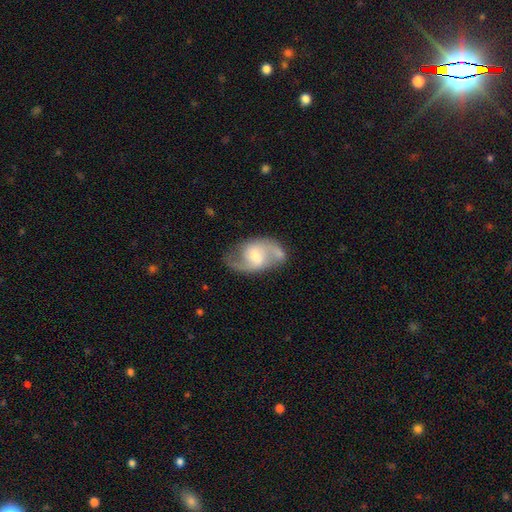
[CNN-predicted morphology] Smooth or featured: featured or disk — 84% (smooth — 11%)
Edge-on disk: no — 97% (yes — 3%)
Bar: weak — 46% (no — 40%)
Spiral arms: yes — 94% (no — 6%)
Spiral winding: medium — 51% (loose — 36%)
Spiral arm count: 2 — 91% (can't tell — 4%)
Bulge size: small — 46% (tied with moderate — 46%)
Merging: none — 71% (minor disturbance — 15%)